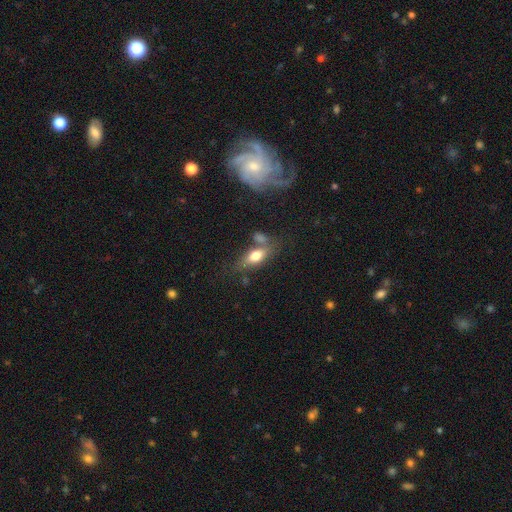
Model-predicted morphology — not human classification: Smooth or featured?
  - smooth: 66% *
  - featured or disk: 25%
  - star or artifact: 8%
How rounded?
  - in between: 75% *
  - cigar-shaped: 19%
  - round: 6%
Merging?
  - none: 55% *
  - merger: 21%
  - minor disturbance: 17%
  - major disturbance: 7%